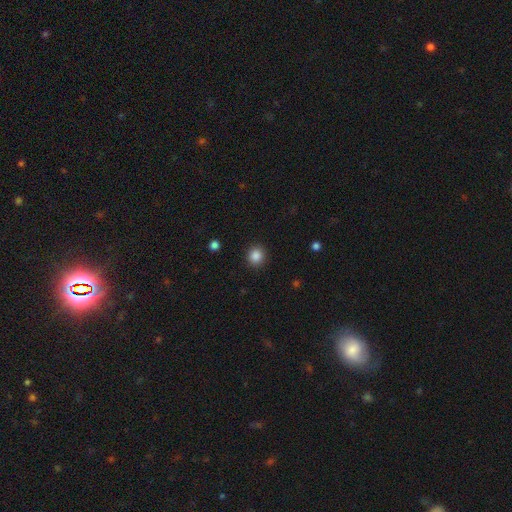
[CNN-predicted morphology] Smooth or featured?
  - smooth: 86% *
  - star or artifact: 10%
  - featured or disk: 3%
How rounded?
  - round: 89% *
  - in between: 10%
  - cigar-shaped: 1%
Merging?
  - none: 91% *
  - minor disturbance: 6%
  - major disturbance: 2%
  - merger: 1%